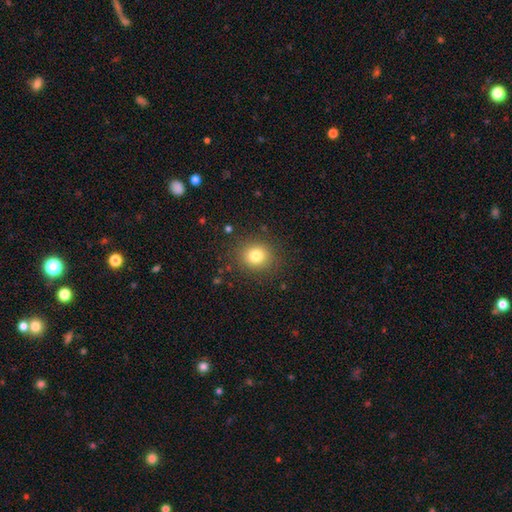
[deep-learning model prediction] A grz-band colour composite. It shows a smooth galaxy with no disk features (79%) that is round (82%). Merging: none (87%).